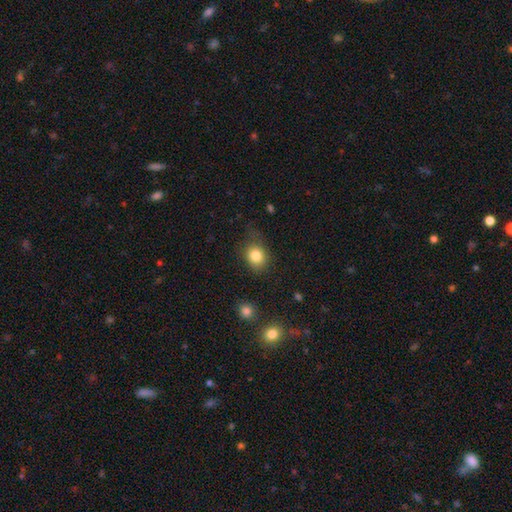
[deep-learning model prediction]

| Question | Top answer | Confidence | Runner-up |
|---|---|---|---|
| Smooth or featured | smooth | 82% | star or artifact (11%) |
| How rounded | round | 66% | in between (34%) |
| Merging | none | 71% | minor disturbance (20%) |